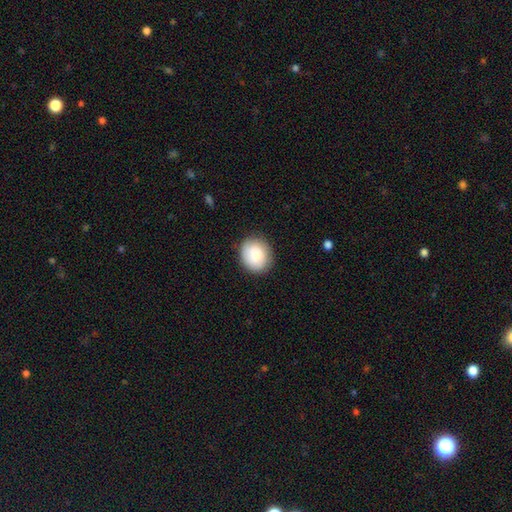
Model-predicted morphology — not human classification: smooth_or_featured: smooth (p=0.80) [alt: featured or disk p=0.13]
how_rounded: round (p=0.70) [alt: in between p=0.29]
merging: none (p=0.86) [alt: minor disturbance p=0.11]